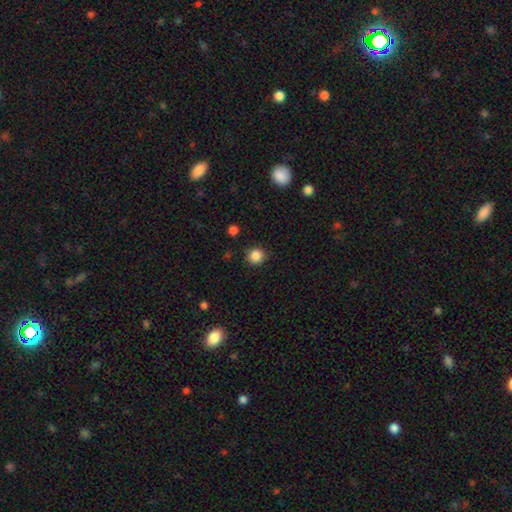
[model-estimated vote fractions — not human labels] A smooth galaxy with no disk features (86%) that is round (92%). Merging: none (89%).